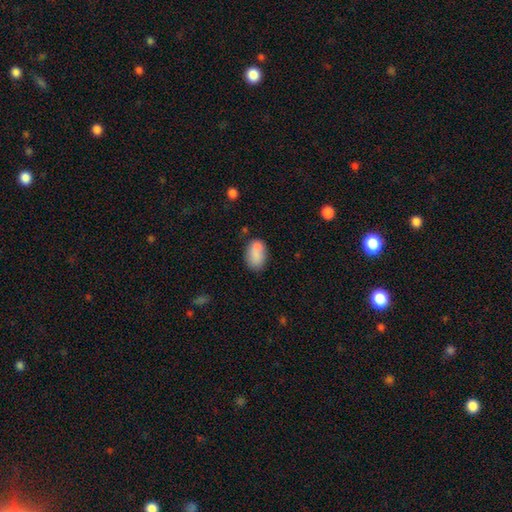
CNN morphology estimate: smooth 80%, featured or disk 12%, star or artifact 8%. Down the decision tree: how rounded — in between (85%); merging — none (53%).